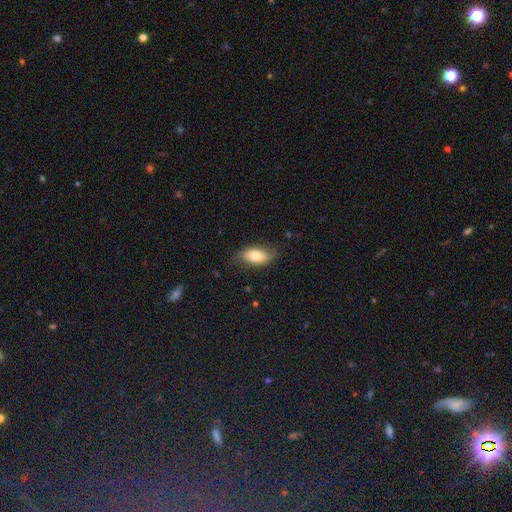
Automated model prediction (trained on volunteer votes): Smooth or featured? smooth (76%)
How rounded? in between (91%)
Merging? none (74%)